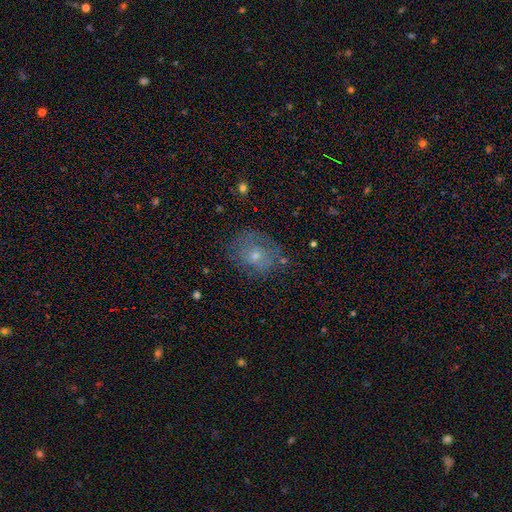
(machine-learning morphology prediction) This is possibly a smooth galaxy (46%). Merging: likely none (67%).